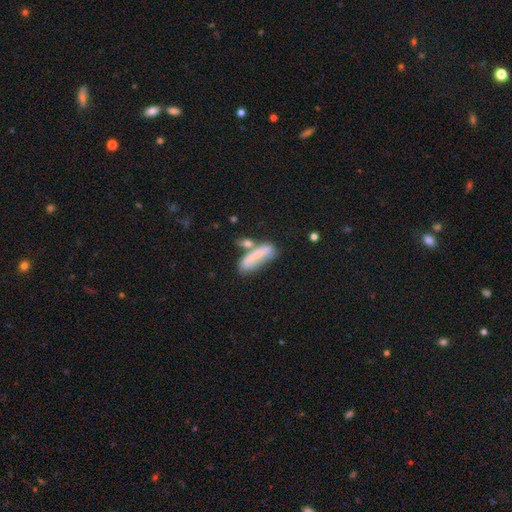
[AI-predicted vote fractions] A smooth galaxy with no disk features (70%) that is cigar-shaped (61%). Merging: none (37%).